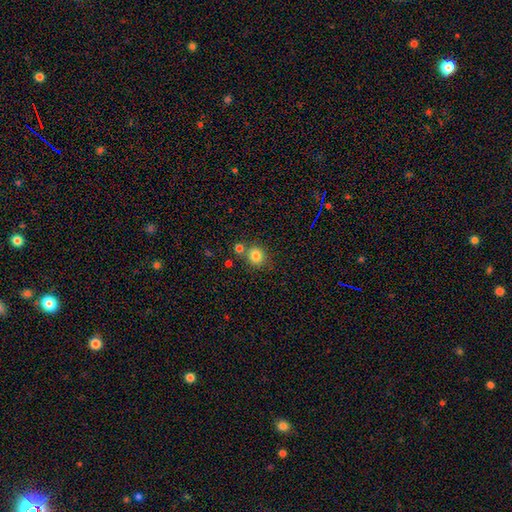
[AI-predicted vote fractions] This is clearly a smooth galaxy (82%). How rounded: clearly round (83%). Merging: likely none (68%).